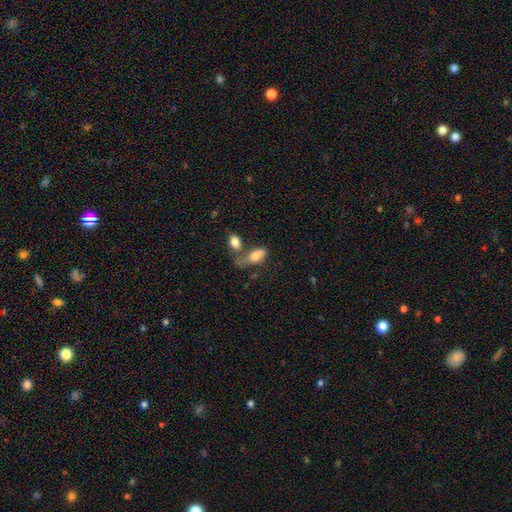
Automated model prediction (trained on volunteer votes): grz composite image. It shows a smooth galaxy with no disk features (74%) that is in between round and cigar-shaped (84%). Merging: merger (40%).